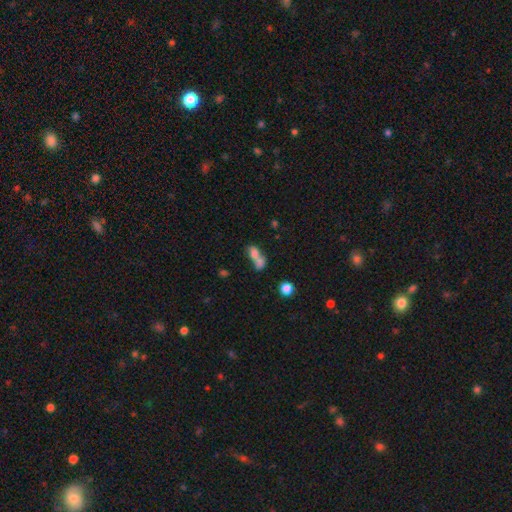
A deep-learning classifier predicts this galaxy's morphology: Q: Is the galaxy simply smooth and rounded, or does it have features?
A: smooth — 71%.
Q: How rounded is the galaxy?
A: in between — 64%.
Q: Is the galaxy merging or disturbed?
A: merger — 70%.